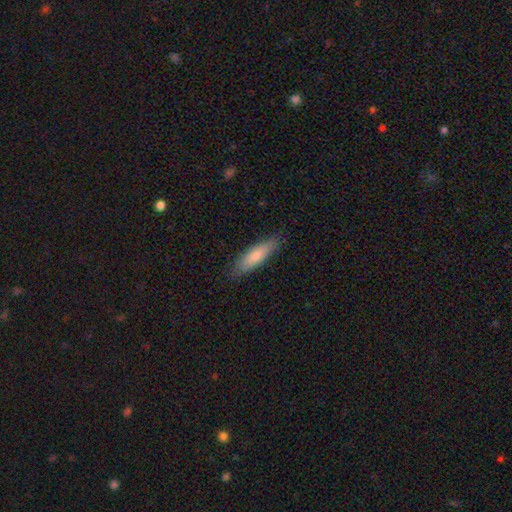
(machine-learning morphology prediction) Overall: smooth (77%). How rounded: cigar-shaped (64%; in between 34%). Merging: none (83%).